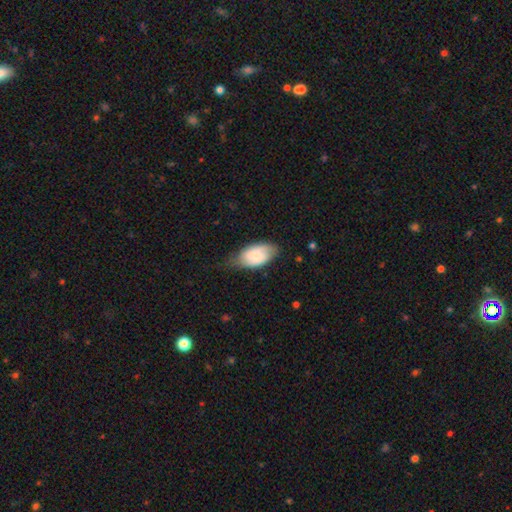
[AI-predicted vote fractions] Smooth or featured? Predicted: smooth (p=0.66). How rounded? Predicted: in between (p=0.93). Merging? Predicted: none (p=0.51).